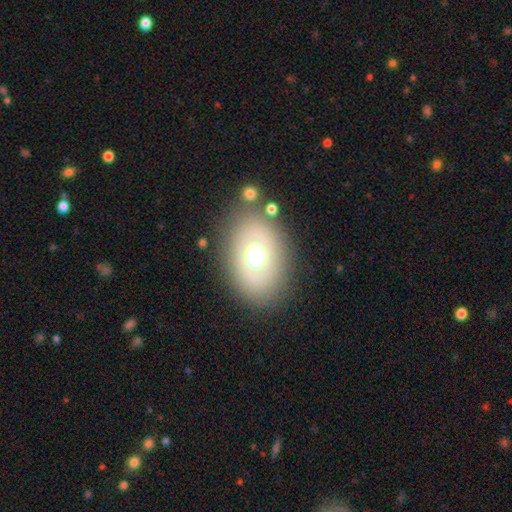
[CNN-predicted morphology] Smooth or featured? Predicted: smooth (p=0.50). How rounded? Predicted: in between (p=0.68). Merging? Predicted: none (p=0.81).